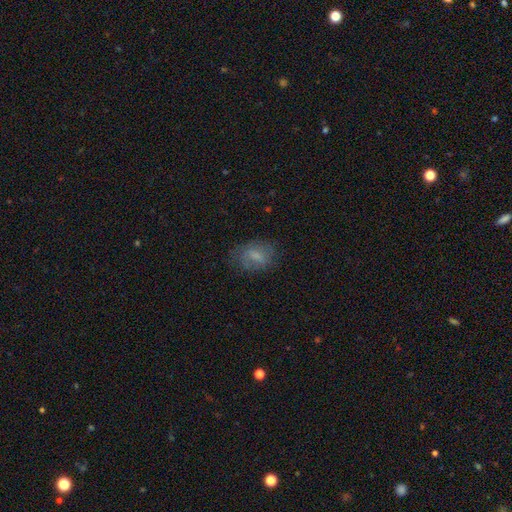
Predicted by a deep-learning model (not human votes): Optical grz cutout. It shows a smooth galaxy with no disk features (58%) that is in between round and cigar-shaped (75%). Merging: none (66%).